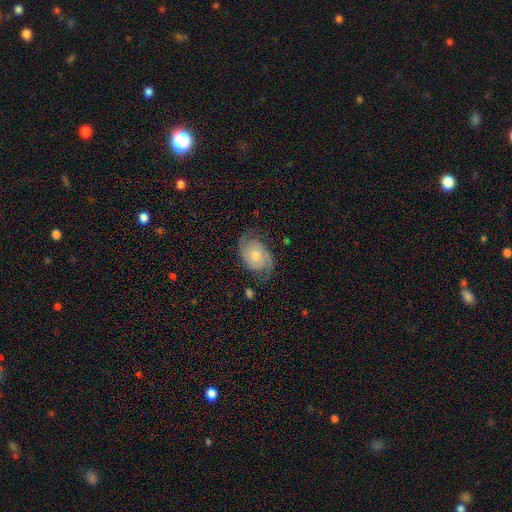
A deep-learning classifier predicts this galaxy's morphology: A featured or disk galaxy (69%) with no bar (73%), 2 (85%) medium (44%) spiral arms (91%) and a moderate central bulge (56%).

Vote fractions:
- Smooth or featured? featured or disk: 69% / smooth: 24% / star or artifact: 7%
- Edge-on disk? no: 97% / yes: 3%
- Bar? no: 73% / weak: 23% / strong: 4%
- Spiral arms? yes: 91% / no: 9%
- Spiral winding? medium: 44% / tight: 33% / loose: 24%
- Spiral arm count? 2: 85% / can't tell: 9% / 1: 2% / 3: 2% / 4: 1% / more than 4: 1%
- Bulge size? moderate: 56% / small: 35% / large: 6% / none: 3% / dominant: 1%
- Merging? none: 67% / minor disturbance: 21% / major disturbance: 10% / merger: 2%